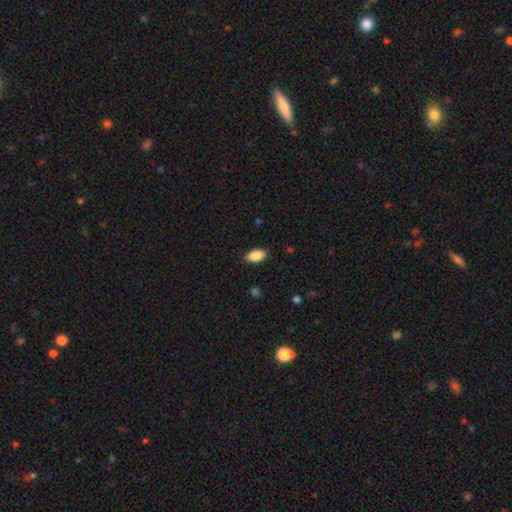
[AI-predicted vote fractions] This is clearly a smooth galaxy (89%). How rounded: clearly in between (93%). Merging: clearly none (88%).